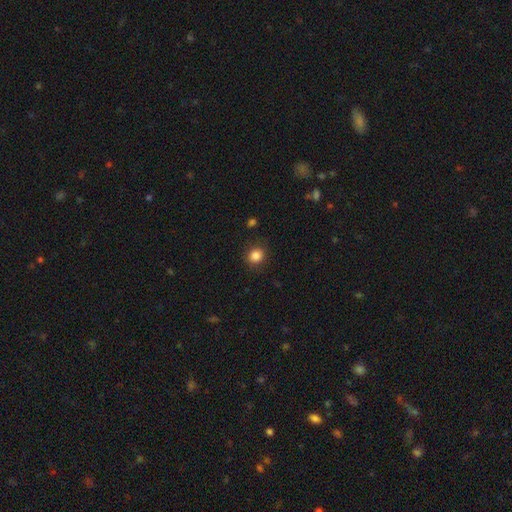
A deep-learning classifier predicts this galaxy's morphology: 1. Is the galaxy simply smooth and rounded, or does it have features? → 85% smooth, 11% star or artifact, 4% featured or disk.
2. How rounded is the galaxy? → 83% round, 16% in between, 1% cigar-shaped.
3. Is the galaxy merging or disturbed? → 88% none, 8% minor disturbance, 3% major disturbance, 1% merger.